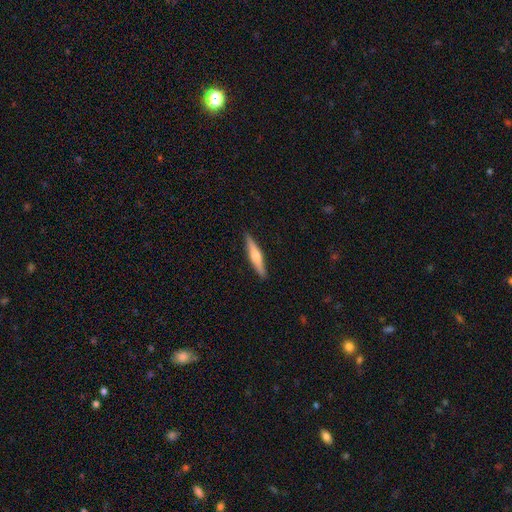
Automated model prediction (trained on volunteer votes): This is possibly a smooth galaxy (47%, tied with featured or disk). Merging: clearly none (90%).